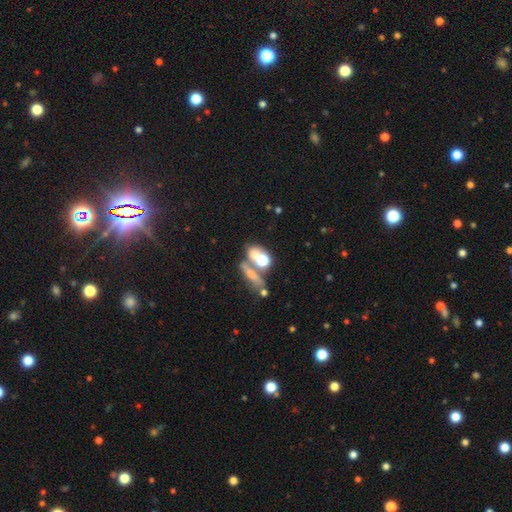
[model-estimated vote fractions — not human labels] This appears to be a smooth galaxy with no disk features (47%). Merging: merger (47%).